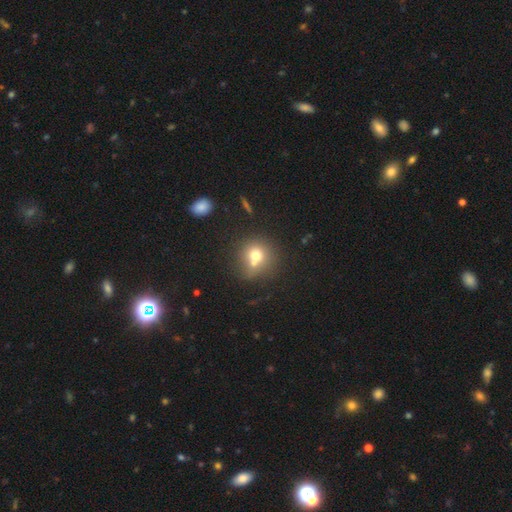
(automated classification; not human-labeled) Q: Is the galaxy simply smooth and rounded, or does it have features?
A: smooth — 69%.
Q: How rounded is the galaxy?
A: round — 87%.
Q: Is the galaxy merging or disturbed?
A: none — 46%.